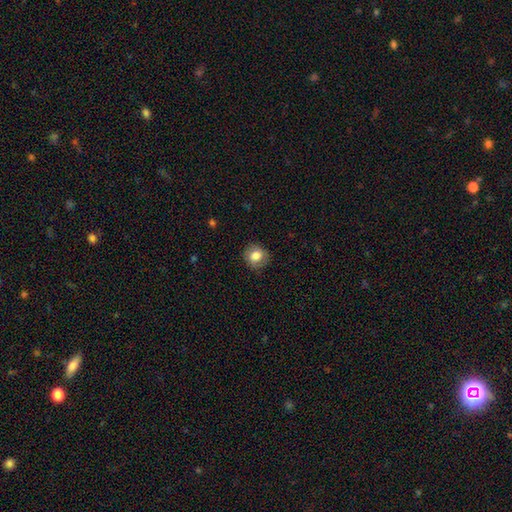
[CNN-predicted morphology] smooth-or-featured: smooth: 82% | featured or disk: 10% | star or artifact: 9%
  how-rounded: round: 83% | in between: 16% | cigar-shaped: 1%
  merging: none: 85% | minor disturbance: 11% | major disturbance: 3% | merger: 1%